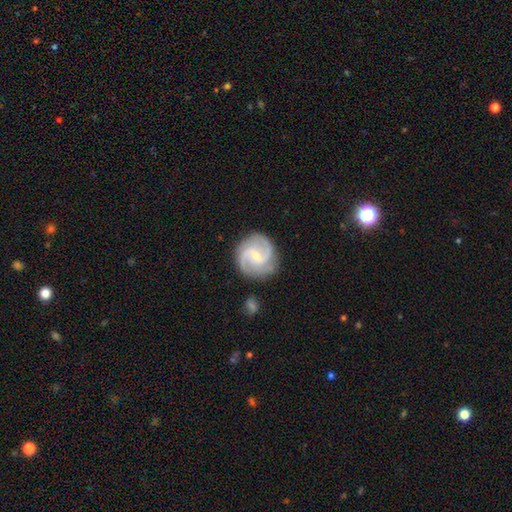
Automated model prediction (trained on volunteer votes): Smooth or featured: featured or disk — 88% (smooth — 7%)
Edge-on disk: no — 98% (yes — 2%)
Bar: weak — 51% (no — 34%)
Spiral arms: yes — 98% (no — 2%)
Spiral winding: medium — 56% (tight — 27%)
Spiral arm count: 2 — 62% (3 — 24%)
Bulge size: small — 68% (moderate — 28%)
Merging: none — 80% (minor disturbance — 14%)